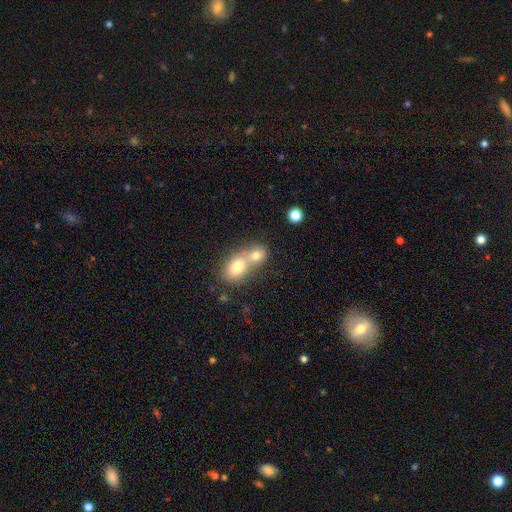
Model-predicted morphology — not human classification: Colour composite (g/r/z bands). It shows a smooth galaxy with no disk features (74%) that is in between round and cigar-shaped (50%). Merging: merger (70%).